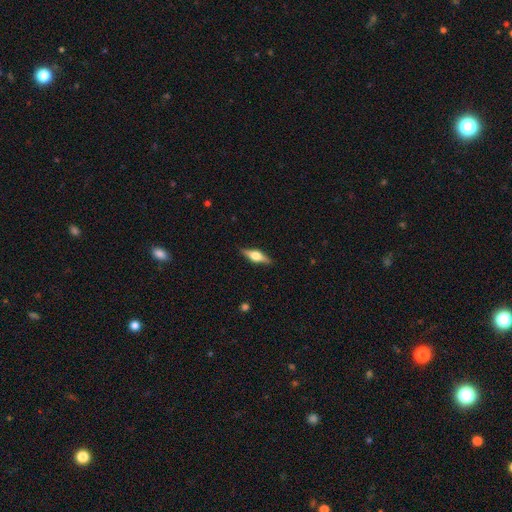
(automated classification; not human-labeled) Q: Smooth or featured?
A: featured or disk (58%); runner-up: smooth (36%)
Q: Edge-on disk?
A: yes (95%); runner-up: no (5%)
Q: Edge-on bulge?
A: rounded (93%); runner-up: boxy (6%)
Q: Merging?
A: none (88%); runner-up: minor disturbance (9%)